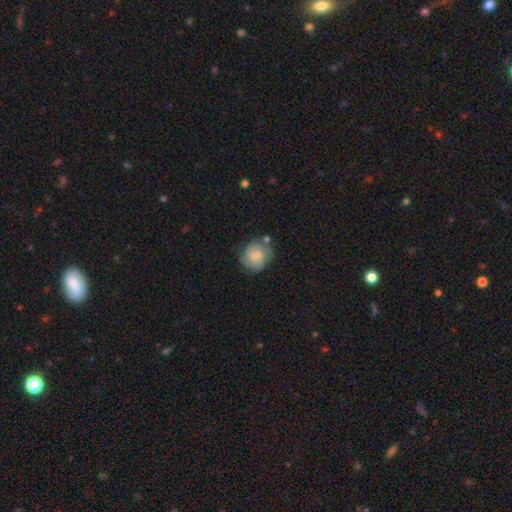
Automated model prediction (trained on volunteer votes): smooth_or_featured: smooth (p=0.56) [alt: featured or disk p=0.35]
how_rounded: round (p=0.77) [alt: in between p=0.22]
merging: none (p=0.61) [alt: minor disturbance p=0.24]